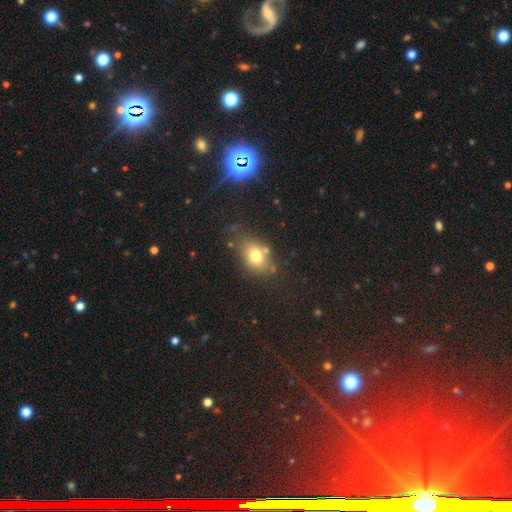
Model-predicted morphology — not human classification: Overall: smooth (74%). How rounded: in between (71%). Merging: none (69%).